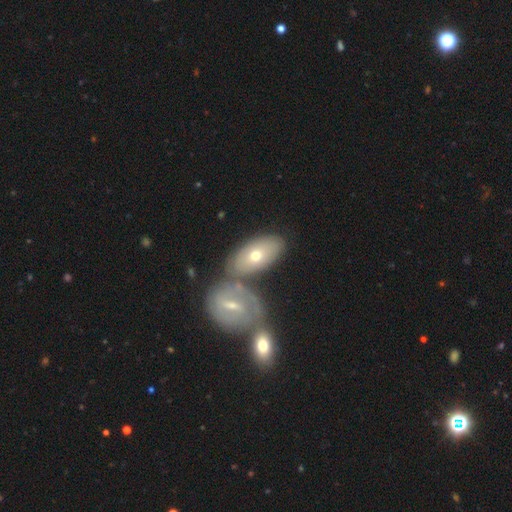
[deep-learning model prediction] A featured or disk galaxy (47%). Merging: none (50%).